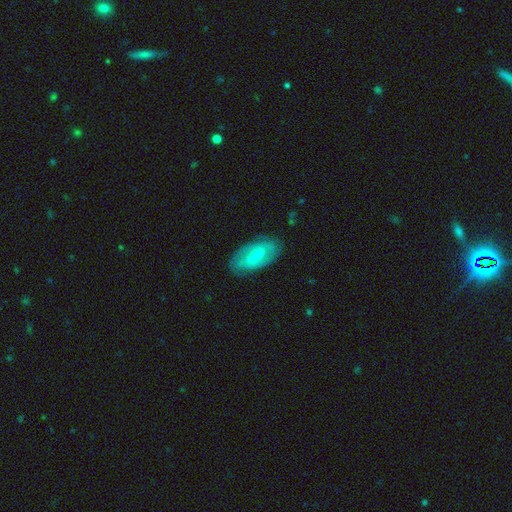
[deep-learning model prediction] Morphology: type=featured or disk (60%); edge-on=no (93%); bar=weak (49%); spiral arms=yes (74%); bulge=small (59%); merging=none (79%).